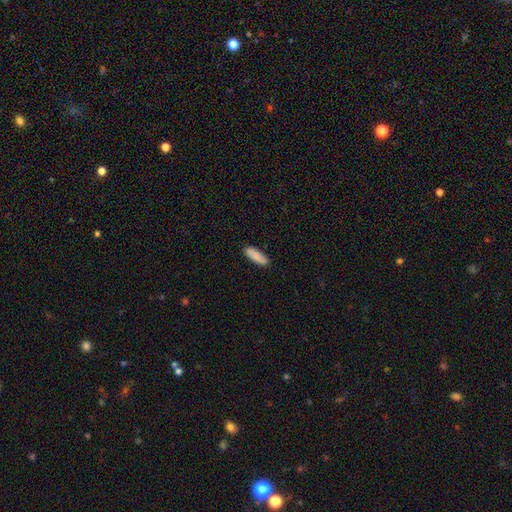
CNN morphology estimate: A smooth galaxy with no disk features (85%) that is in between round and cigar-shaped (54%).

Vote fractions:
- Smooth or featured? smooth: 85% / featured or disk: 9% / star or artifact: 6%
- How rounded? in between: 54% / cigar-shaped: 45% / round: 2%
- Merging? none: 86% / minor disturbance: 11% / major disturbance: 2% / merger: 1%